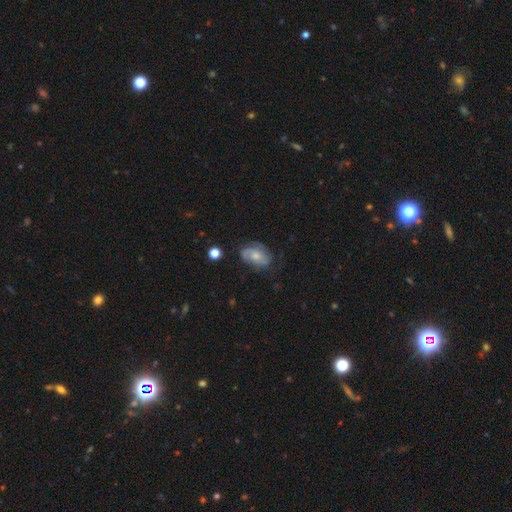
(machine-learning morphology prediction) type=featured or disk (54%); edge-on=no (96%); bar=no (69%); spiral arms=yes (82%); bulge=moderate (52%); merging=none (59%).